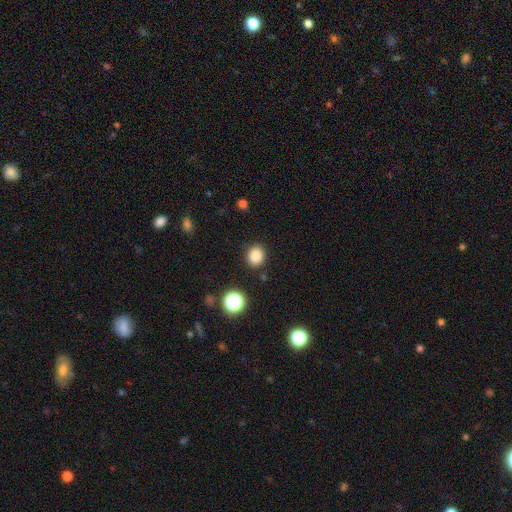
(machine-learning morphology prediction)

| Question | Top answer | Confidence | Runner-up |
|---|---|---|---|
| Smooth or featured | smooth | 84% | star or artifact (12%) |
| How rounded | round | 74% | in between (25%) |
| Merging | none | 88% | minor disturbance (8%) |